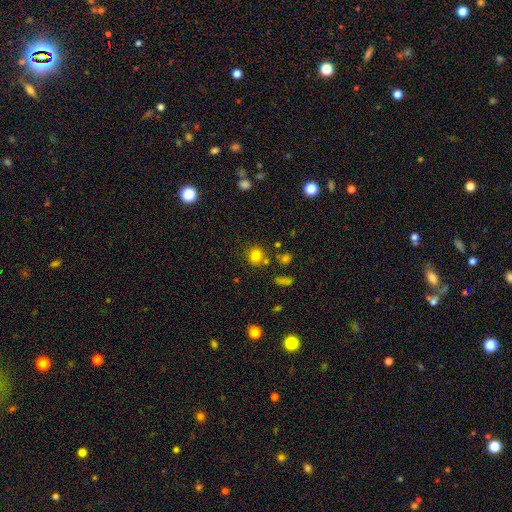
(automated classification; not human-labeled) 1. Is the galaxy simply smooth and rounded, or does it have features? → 80% smooth, 14% star or artifact, 7% featured or disk.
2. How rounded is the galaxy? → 82% round, 17% in between, 1% cigar-shaped.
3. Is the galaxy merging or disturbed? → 77% none, 11% minor disturbance, 8% merger, 4% major disturbance.